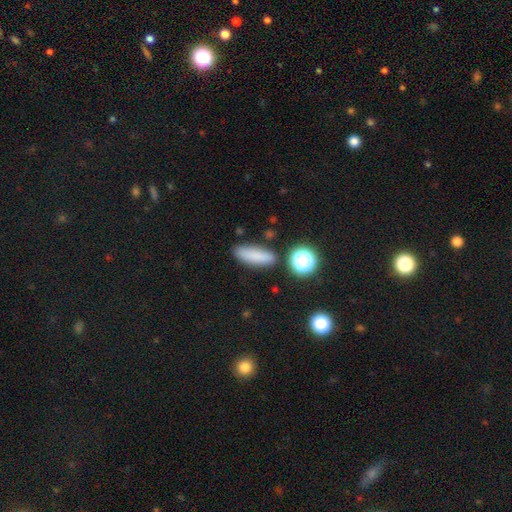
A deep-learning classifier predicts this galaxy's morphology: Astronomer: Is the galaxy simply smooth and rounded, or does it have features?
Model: smooth — 81%.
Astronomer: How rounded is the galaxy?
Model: cigar-shaped — 47%, tied with in between at 47%.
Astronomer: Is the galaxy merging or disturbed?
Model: none — 81%.